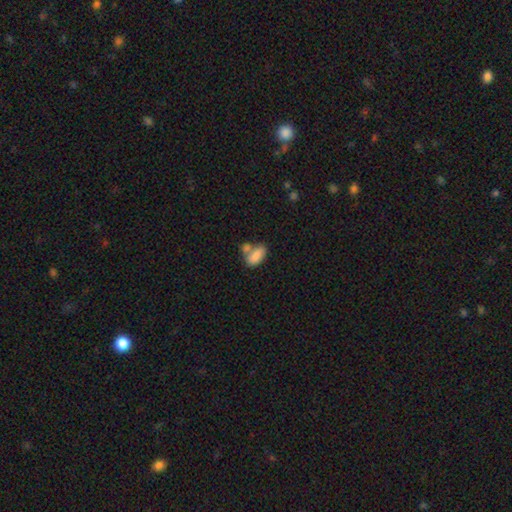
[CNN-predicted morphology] type=smooth (82%); roundness=in between (90%); merging=merger (46%).